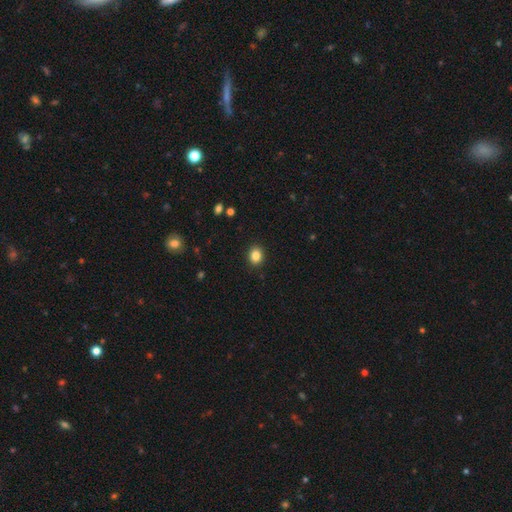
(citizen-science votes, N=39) Q: Smooth or featured?
A: smooth (90%); runner-up: featured or disk (8%)
Q: How rounded?
A: round (66%); runner-up: in between (34%)
Q: Merging?
A: none (95%); runner-up: minor disturbance (5%)